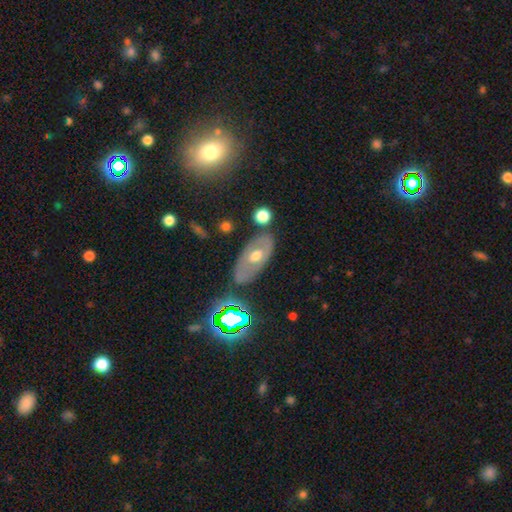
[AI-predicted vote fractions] Morphology: type=featured or disk (53%); edge-on=no (85%); merging=none (73%).